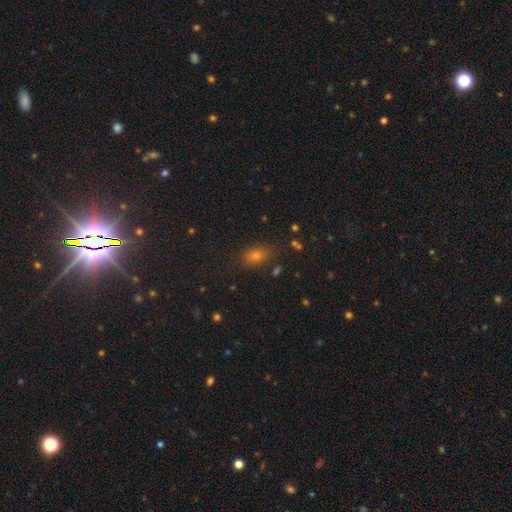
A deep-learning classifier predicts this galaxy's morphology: The model was most divided on "smooth or featured": smooth: 64%, star or artifact: 26%, featured or disk: 9%. More confident: merging — none (80%); how rounded — in between (74%).